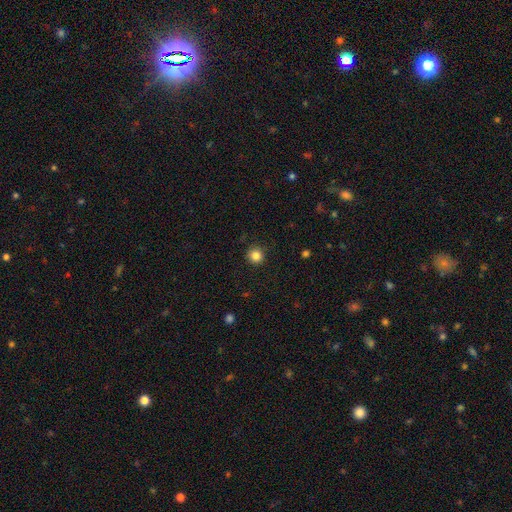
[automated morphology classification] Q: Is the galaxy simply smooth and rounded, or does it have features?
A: smooth — 85%.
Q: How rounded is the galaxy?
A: round — 95%.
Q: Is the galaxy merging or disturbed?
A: none — 91%.